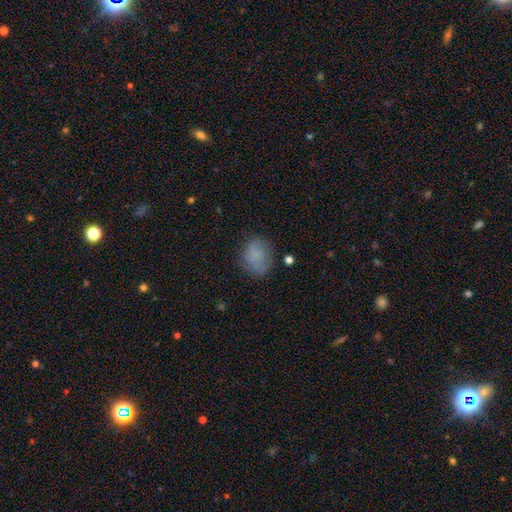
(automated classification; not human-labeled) A smooth galaxy with no disk features (79%) that is in between round and cigar-shaped (54%).

Vote fractions:
- Smooth or featured? smooth: 79% / star or artifact: 10% / featured or disk: 10%
- How rounded? in between: 54% / round: 44% / cigar-shaped: 1%
- Merging? none: 68% / minor disturbance: 22% / major disturbance: 8% / merger: 2%